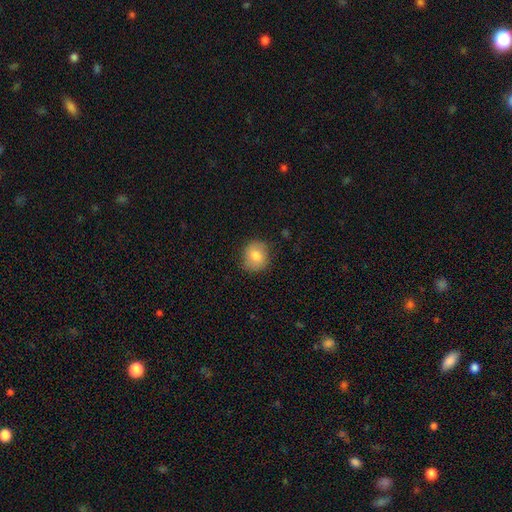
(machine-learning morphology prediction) smooth-or-featured: smooth: 77% | featured or disk: 15% | star or artifact: 8%
  how-rounded: round: 79% | in between: 20% | cigar-shaped: 1%
  merging: none: 81% | minor disturbance: 14% | major disturbance: 3% | merger: 1%